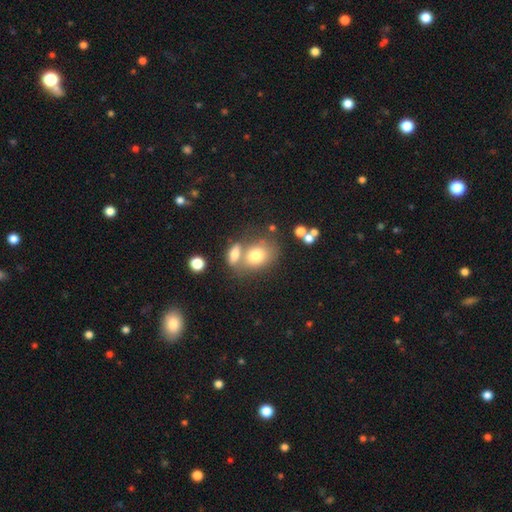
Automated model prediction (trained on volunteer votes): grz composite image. It shows a smooth galaxy with no disk features (74%) that is in between round and cigar-shaped (64%). Merging: none (43%).